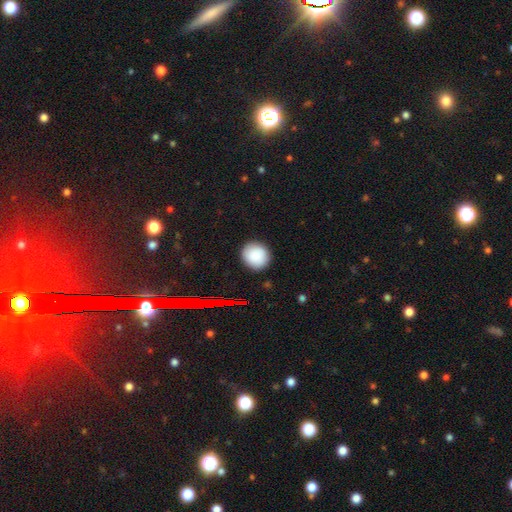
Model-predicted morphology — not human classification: A smooth galaxy with no disk features (86%) that is round (85%). Merging: none (89%).